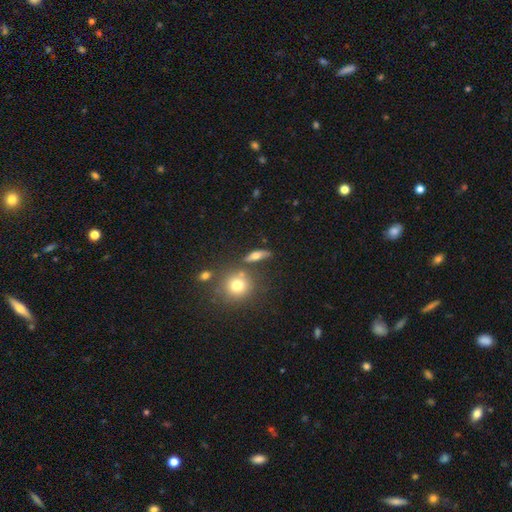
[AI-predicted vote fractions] This appears to be a smooth galaxy with no disk features (61%) that is cigar-shaped (42%). Merging: none (72%).